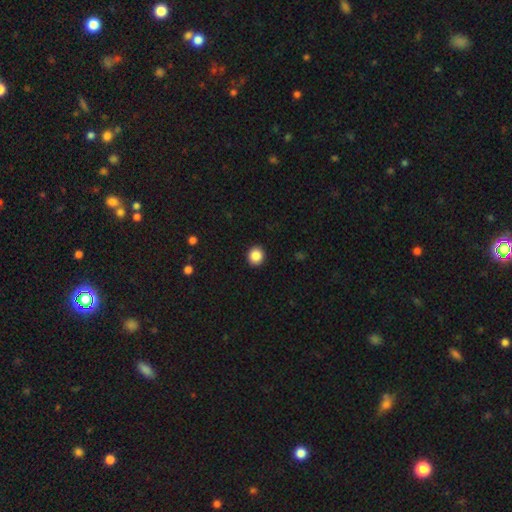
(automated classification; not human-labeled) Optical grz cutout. It shows a smooth galaxy with no disk features (87%) that is round (89%). Merging: none (93%).